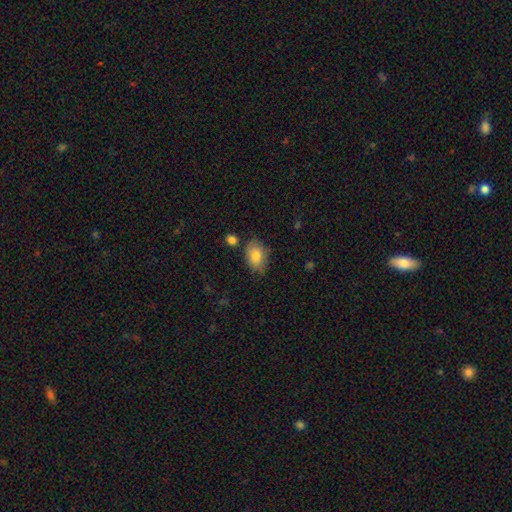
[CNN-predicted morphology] This is clearly a smooth galaxy (82%). How rounded: likely in between (76%). Merging: likely none (69%).